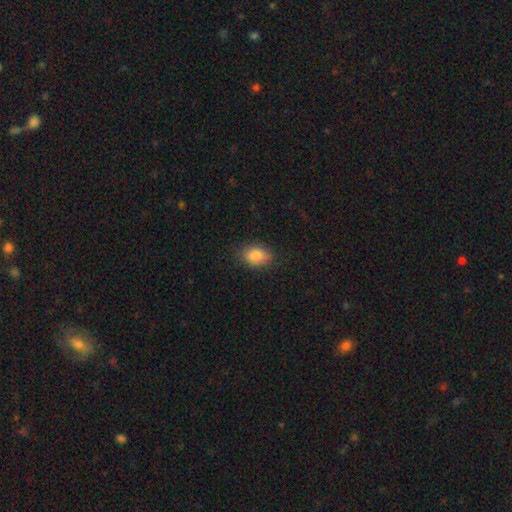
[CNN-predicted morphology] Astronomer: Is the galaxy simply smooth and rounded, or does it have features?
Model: smooth — 85%.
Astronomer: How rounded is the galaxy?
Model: in between — 79%.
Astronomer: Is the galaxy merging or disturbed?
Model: none — 83%.